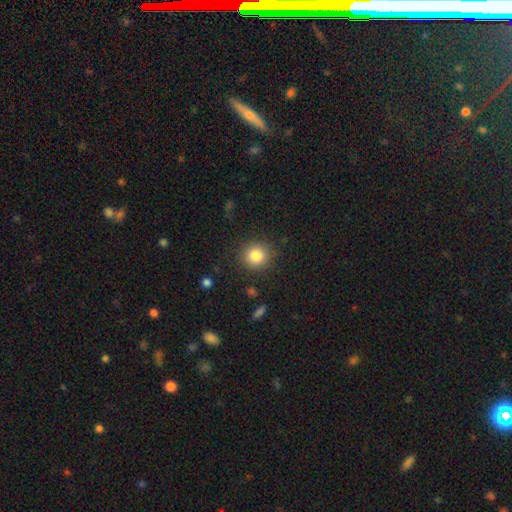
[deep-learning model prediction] The model was most divided on "smooth or featured": smooth: 83%, star or artifact: 11%, featured or disk: 7%. More confident: how rounded — round (90%); merging — none (89%).